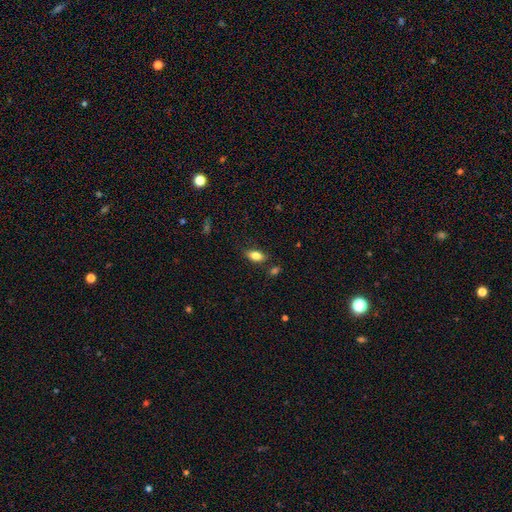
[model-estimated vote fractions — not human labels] smooth 79%, featured or disk 12%, star or artifact 8%. Down the decision tree: how rounded — in between (88%); merging — none (81%).